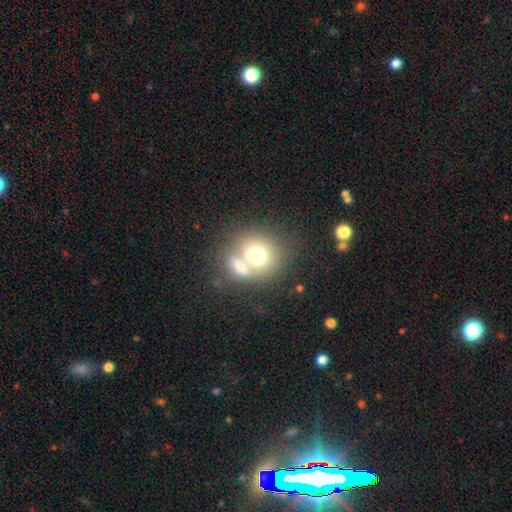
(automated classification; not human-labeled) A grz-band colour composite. It shows a smooth galaxy with no disk features (69%) that is round (69%). Merging: merger (49%).